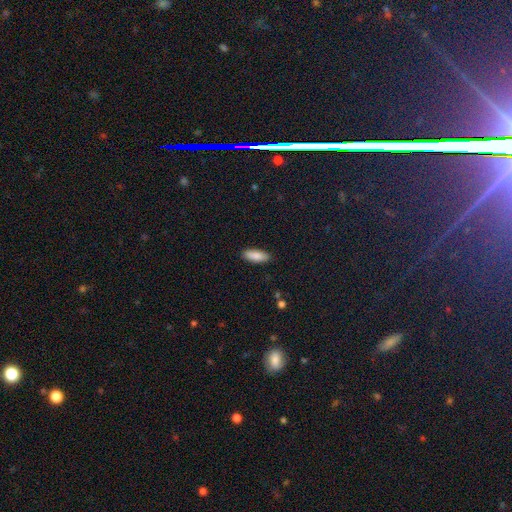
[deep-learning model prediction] Overall: smooth (88%). How rounded: in between (70%). Merging: none (89%).